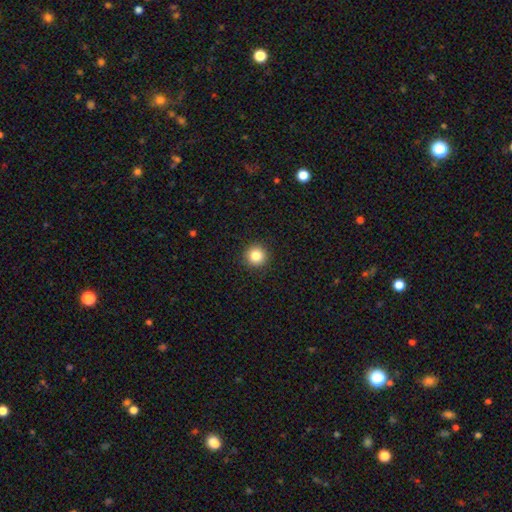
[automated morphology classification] smooth 84%, star or artifact 11%, featured or disk 5%. Down the decision tree: how rounded — round (95%); merging — none (93%).